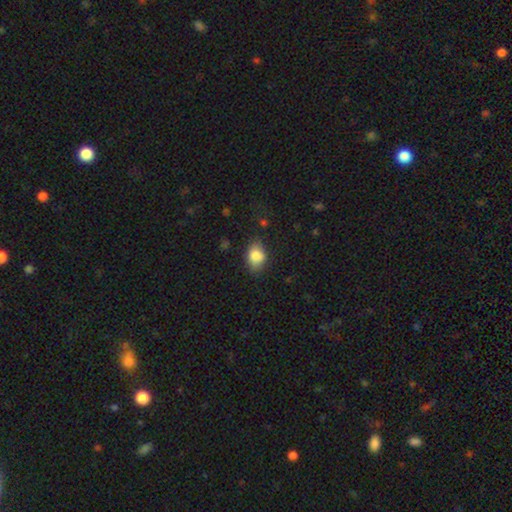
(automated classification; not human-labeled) Smooth or featured? smooth (84%)
How rounded? in between (74%)
Merging? none (70%)